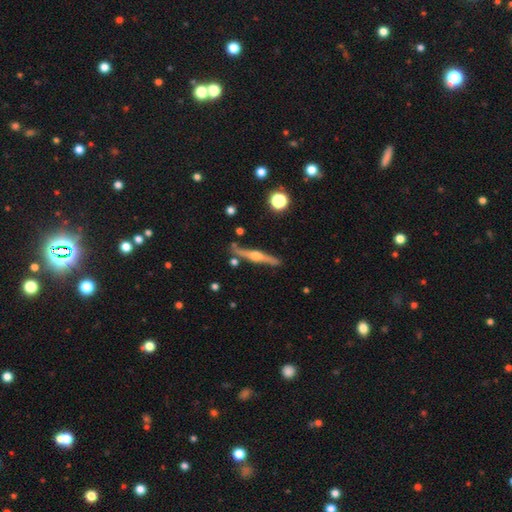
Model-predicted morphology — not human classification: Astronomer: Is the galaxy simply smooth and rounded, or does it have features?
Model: featured or disk — 80%.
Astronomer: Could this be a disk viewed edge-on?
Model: yes — 97%.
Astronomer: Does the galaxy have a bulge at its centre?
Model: rounded — 93%.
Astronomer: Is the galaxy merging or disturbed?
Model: none — 84%.